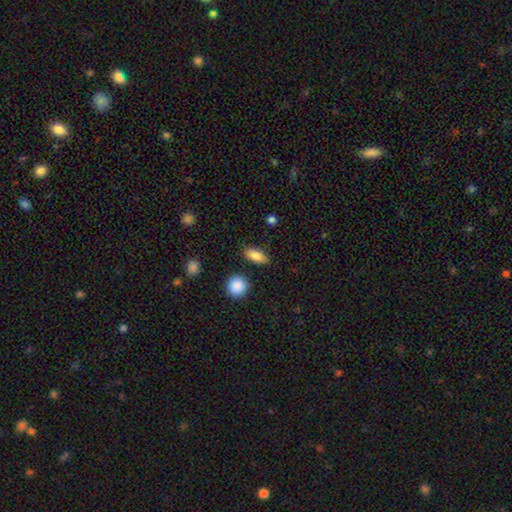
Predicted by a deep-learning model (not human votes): A smooth galaxy with no disk features (86%) that is in between round and cigar-shaped (80%).

Vote fractions:
- Smooth or featured? smooth: 86% / star or artifact: 8% / featured or disk: 7%
- How rounded? in between: 80% / cigar-shaped: 13% / round: 6%
- Merging? none: 85% / minor disturbance: 10% / major disturbance: 3% / merger: 2%